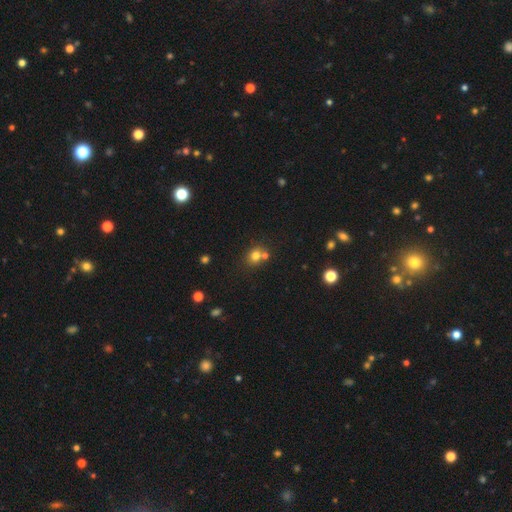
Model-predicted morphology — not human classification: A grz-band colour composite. It shows a smooth galaxy with no disk features (74%) that is round (72%). Merging: none (56%).